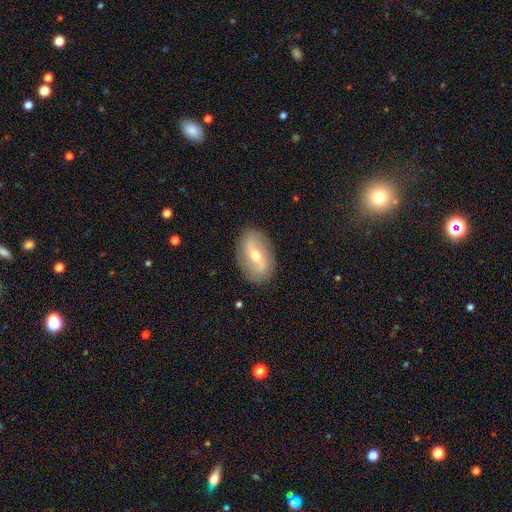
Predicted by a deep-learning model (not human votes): This appears to be a featured or disk galaxy (69%) with a weak bar (40%), spiral arms (74%) and a moderate central bulge (58%). Merging: none (87%).